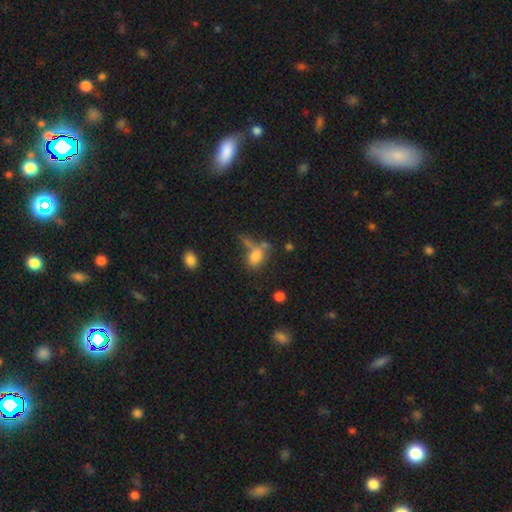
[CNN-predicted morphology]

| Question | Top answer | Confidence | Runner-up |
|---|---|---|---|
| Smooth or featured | smooth | 75% | star or artifact (13%) |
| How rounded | in between | 75% | round (21%) |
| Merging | none | 37% | merger (30%) |